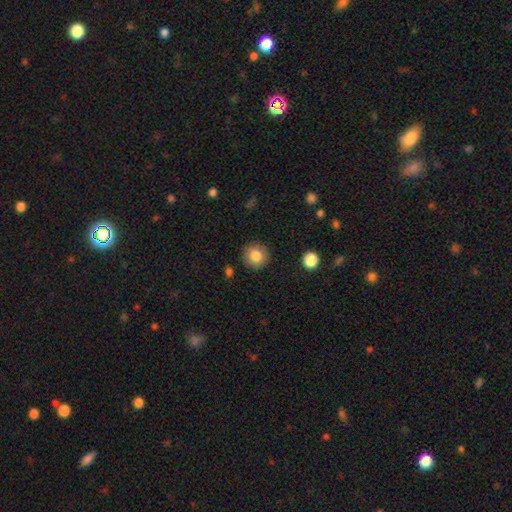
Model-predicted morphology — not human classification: smooth 83%, star or artifact 9%, featured or disk 8%. Down the decision tree: how rounded — round (92%); merging — none (89%).